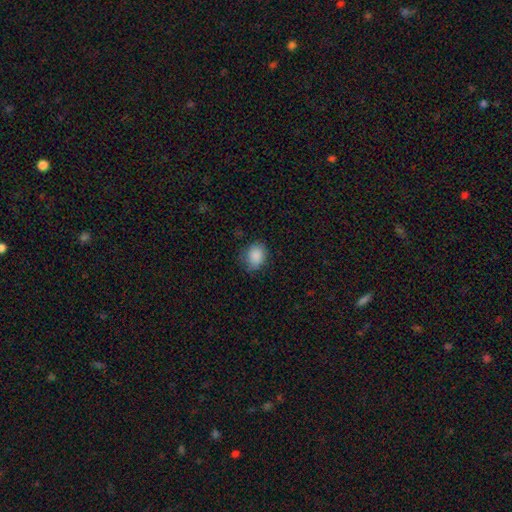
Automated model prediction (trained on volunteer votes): Smooth or featured?
  - smooth: 88% *
  - star or artifact: 8%
  - featured or disk: 4%
How rounded?
  - in between: 51% *
  - round: 48%
  - cigar-shaped: 1%
Merging?
  - none: 75% *
  - minor disturbance: 19%
  - major disturbance: 5%
  - merger: 1%